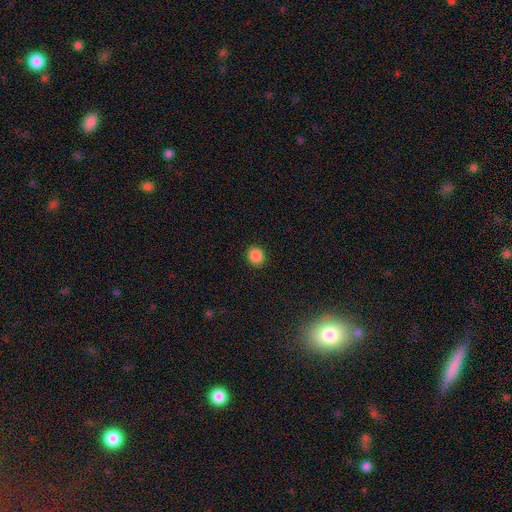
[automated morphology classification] Smooth or featured: smooth — 88% (star or artifact — 10%)
How rounded: round — 87% (in between — 12%)
Merging: none — 91% (minor disturbance — 6%)